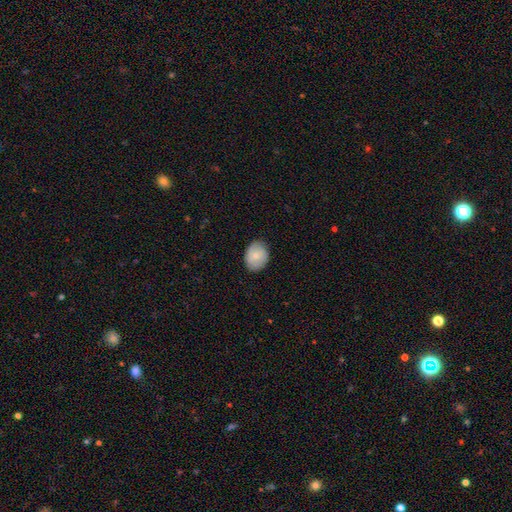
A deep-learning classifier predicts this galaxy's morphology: This appears to be a smooth galaxy with no disk features (74%) that is in between round and cigar-shaped (59%). Merging: none (83%).